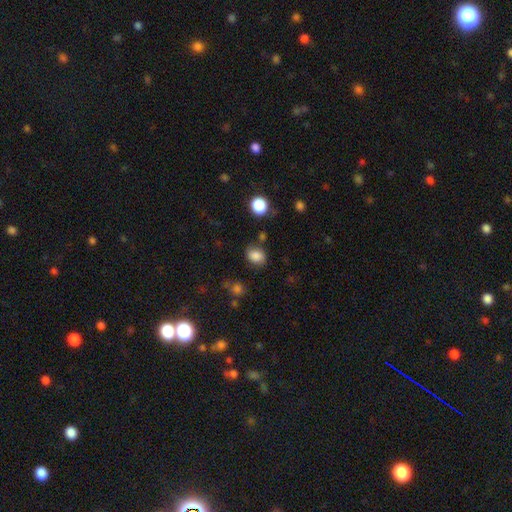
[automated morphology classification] Smooth or featured?
  - smooth: 82% *
  - star or artifact: 11%
  - featured or disk: 7%
How rounded?
  - in between: 56% *
  - round: 43%
  - cigar-shaped: 1%
Merging?
  - none: 73% *
  - minor disturbance: 17%
  - major disturbance: 5%
  - merger: 5%